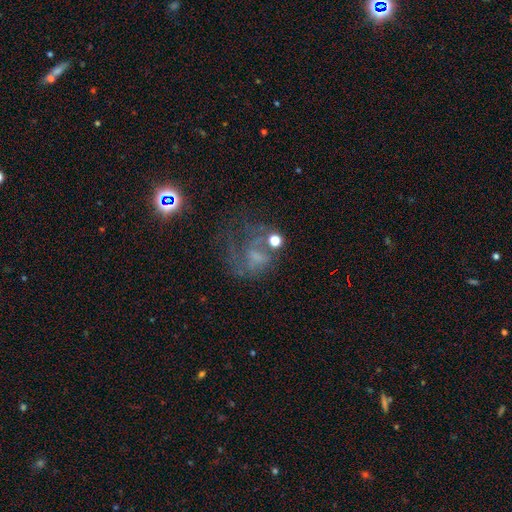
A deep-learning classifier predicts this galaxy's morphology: This appears to be a featured or disk galaxy (51%). Merging: major disturbance (39%).